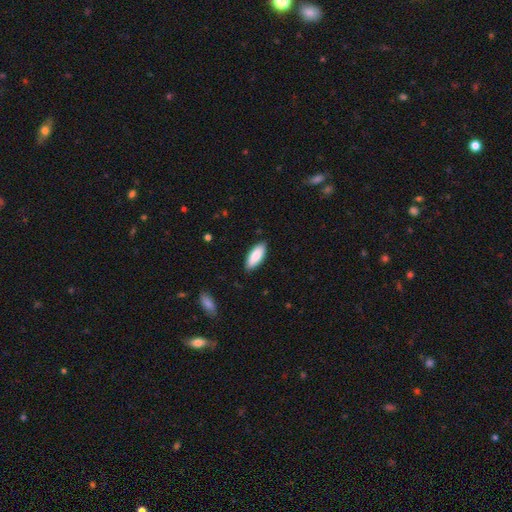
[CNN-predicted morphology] A smooth galaxy with no disk features (87%) that is in between round and cigar-shaped (80%).

Vote fractions:
- Smooth or featured? smooth: 87% / featured or disk: 8% / star or artifact: 5%
- How rounded? in between: 80% / cigar-shaped: 18% / round: 2%
- Merging? none: 87% / minor disturbance: 10% / major disturbance: 2% / merger: 1%